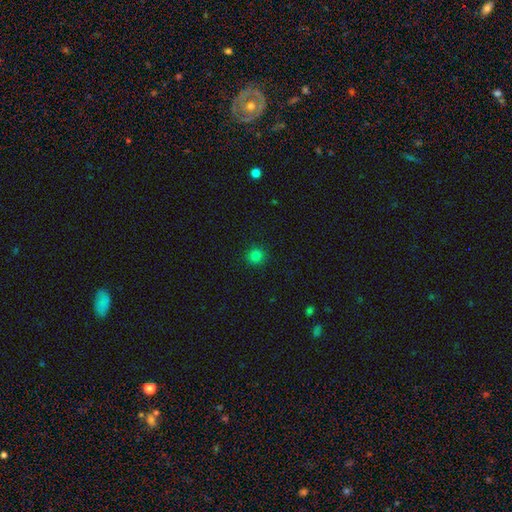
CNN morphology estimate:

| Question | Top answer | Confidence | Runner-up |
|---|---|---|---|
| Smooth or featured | smooth | 81% | star or artifact (15%) |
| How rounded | round | 93% | in between (6%) |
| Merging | none | 91% | minor disturbance (6%) |